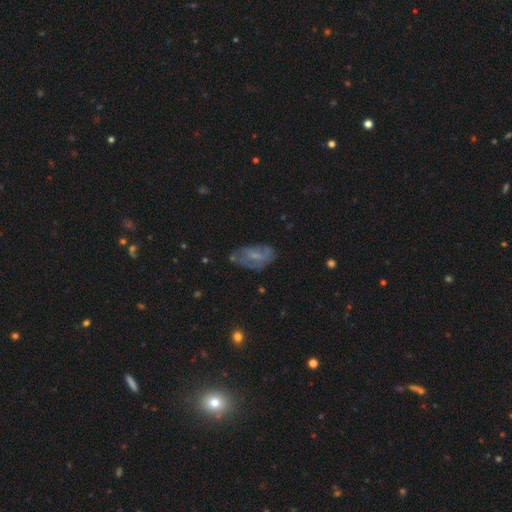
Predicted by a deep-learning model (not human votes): A featured or disk galaxy (50%).

Vote fractions:
- Smooth or featured? featured or disk: 50% / smooth: 40% / star or artifact: 10%
- Edge-on disk? no: 93% / yes: 7%
- Merging? none: 52% / minor disturbance: 28% / major disturbance: 16% / merger: 4%